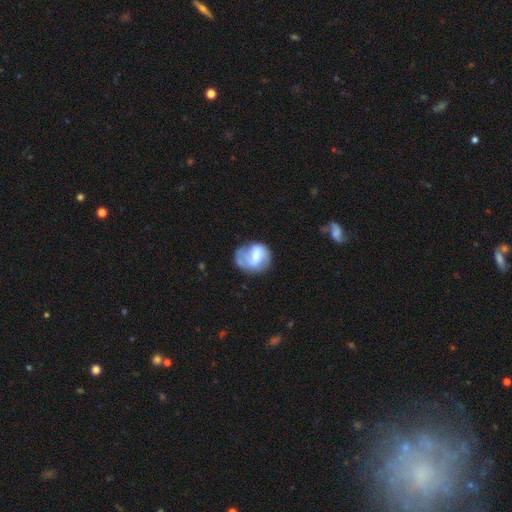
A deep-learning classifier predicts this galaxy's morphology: smooth_or_featured: featured or disk (p=0.47) [alt: smooth p=0.46]
merging: none (p=0.49) [alt: minor disturbance p=0.28]